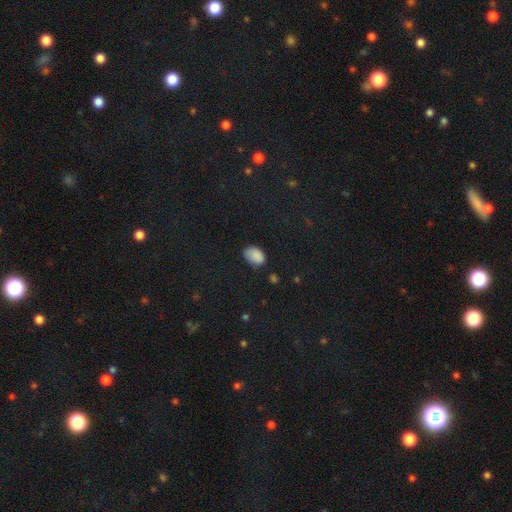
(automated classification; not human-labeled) A smooth galaxy with no disk features (85%) that is in between round and cigar-shaped (88%). Merging: none (75%).